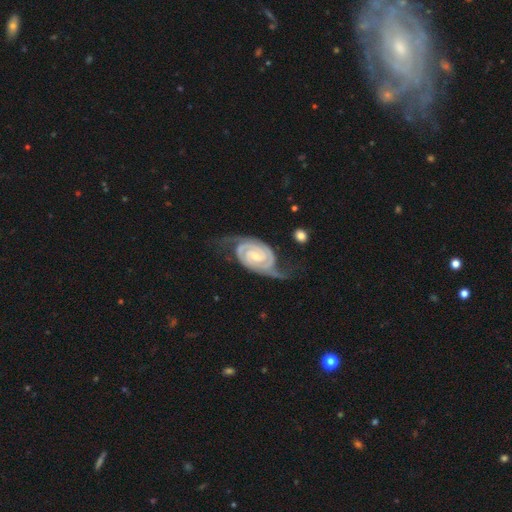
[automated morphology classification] featured or disk 93%, star or artifact 4%, smooth 3%. Down the decision tree: edge-on disk — no (97%); bar — no (47%); spiral arms — yes (99%); spiral arm count — 2 (90%); spiral winding — tight (66%); bulge size — small (53%); merging — none (64%).